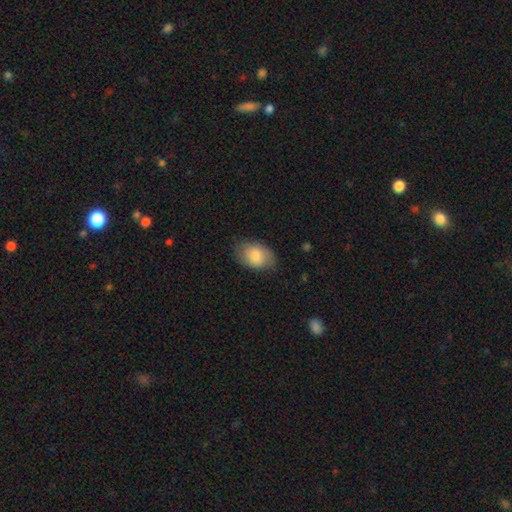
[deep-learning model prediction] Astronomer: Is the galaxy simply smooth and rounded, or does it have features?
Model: smooth — 80%.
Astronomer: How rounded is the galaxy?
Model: in between — 84%.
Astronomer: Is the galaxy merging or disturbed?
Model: none — 74%.